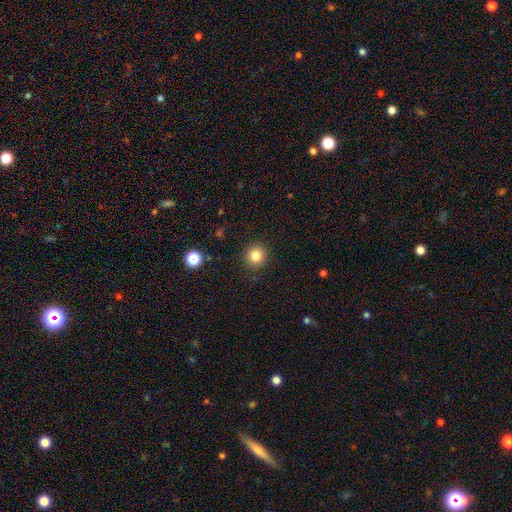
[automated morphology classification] This appears to be a smooth galaxy with no disk features (83%) that is round (87%). Merging: none (90%).